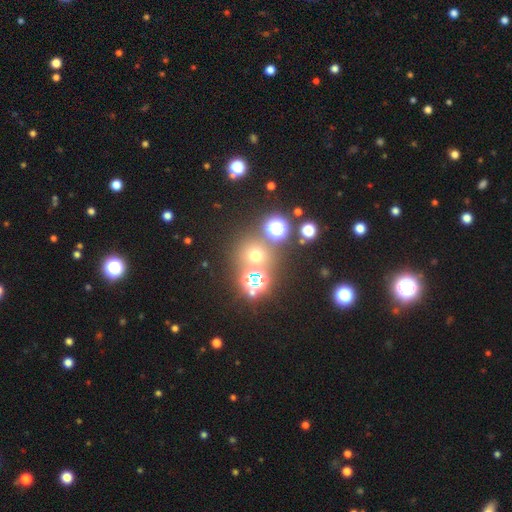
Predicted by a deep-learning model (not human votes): Overall: smooth (53%; star or artifact 39%). How rounded: round (91%). Merging: none (75%).